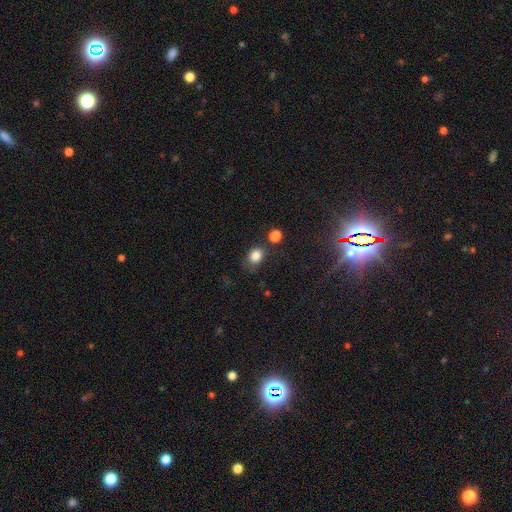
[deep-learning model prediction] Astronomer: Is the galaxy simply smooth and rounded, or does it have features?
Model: smooth — 82%.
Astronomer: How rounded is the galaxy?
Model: round — 53% (runner-up: in between, 46%).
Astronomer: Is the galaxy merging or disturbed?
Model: none — 63%.